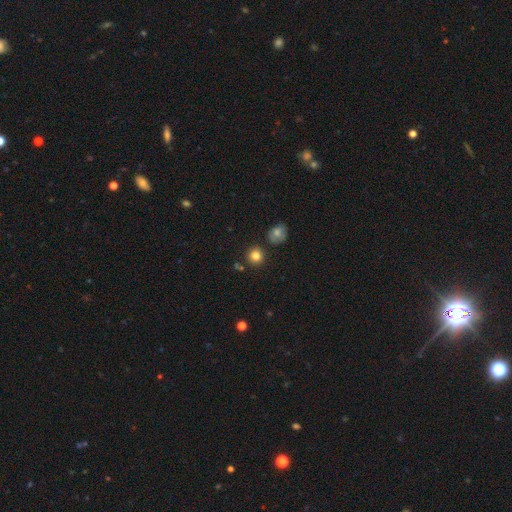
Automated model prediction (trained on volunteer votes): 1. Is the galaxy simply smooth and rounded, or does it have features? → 82% smooth, 12% star or artifact, 6% featured or disk.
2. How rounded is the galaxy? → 91% round, 8% in between, 1% cigar-shaped.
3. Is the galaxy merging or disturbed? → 85% none, 7% minor disturbance, 6% merger, 2% major disturbance.